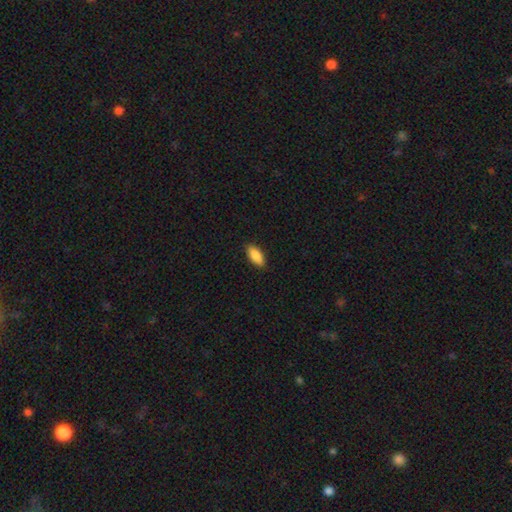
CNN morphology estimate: Smooth or featured: smooth — 89% (star or artifact — 6%)
How rounded: in between — 87% (cigar-shaped — 11%)
Merging: none — 89% (minor disturbance — 8%)